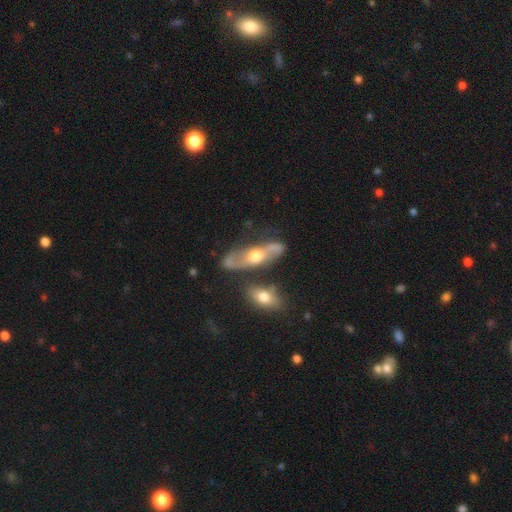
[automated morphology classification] type=featured or disk (69%); edge-on=no (65%); merging=none (64%).